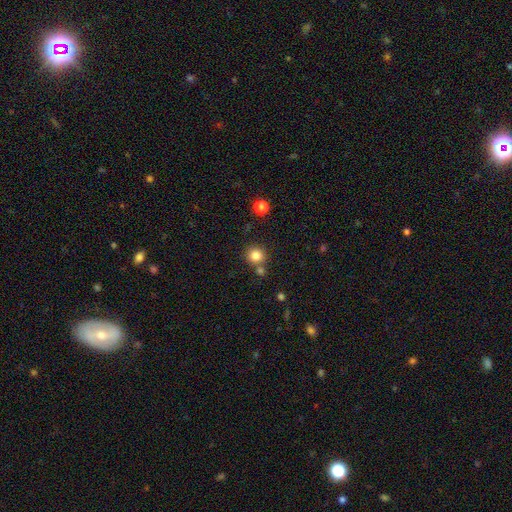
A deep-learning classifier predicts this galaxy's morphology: smooth 83%, star or artifact 12%, featured or disk 6%. Down the decision tree: how rounded — round (91%); merging — none (75%).